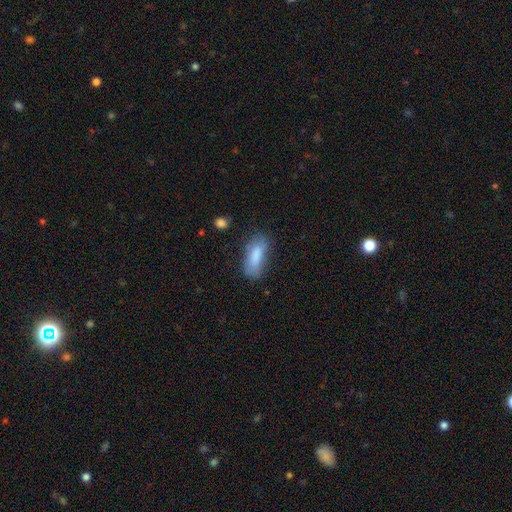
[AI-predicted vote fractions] smooth 82%, featured or disk 11%, star or artifact 8%. Down the decision tree: how rounded — in between (77%); merging — none (60%).